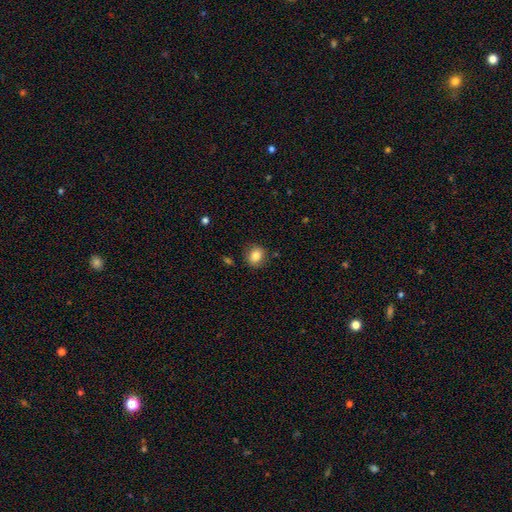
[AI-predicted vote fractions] Q: Smooth or featured?
A: smooth (82%); runner-up: star or artifact (10%)
Q: How rounded?
A: round (69%); runner-up: in between (30%)
Q: Merging?
A: none (84%); runner-up: minor disturbance (11%)